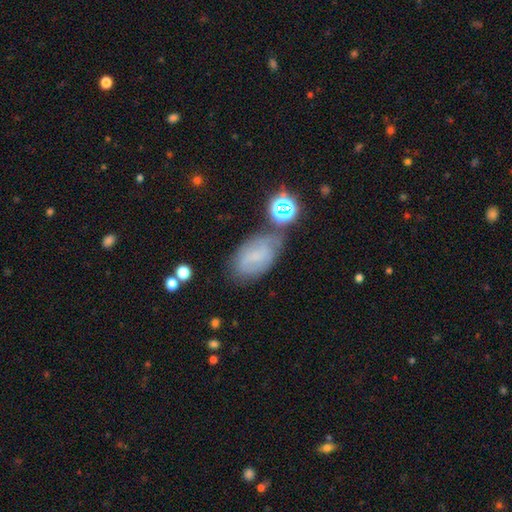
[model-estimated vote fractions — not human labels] smooth_or_featured: smooth (p=0.47) [alt: featured or disk p=0.36]
merging: none (p=0.62) [alt: minor disturbance p=0.21]